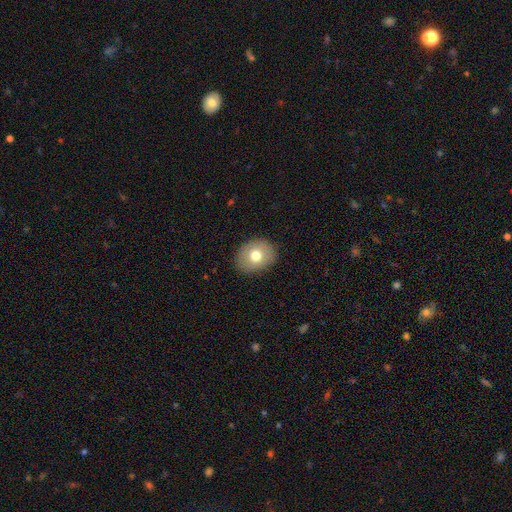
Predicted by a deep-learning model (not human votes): Q: Smooth or featured?
A: smooth (73%); runner-up: featured or disk (18%)
Q: How rounded?
A: round (52%); runner-up: in between (47%)
Q: Merging?
A: none (88%); runner-up: minor disturbance (9%)